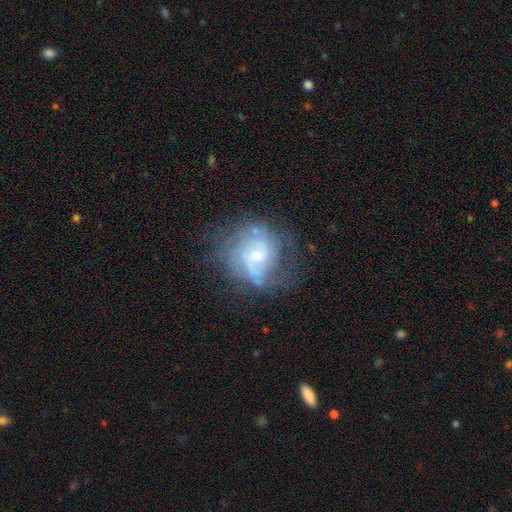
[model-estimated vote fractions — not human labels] smooth_or_featured: featured or disk (p=0.74) [alt: smooth p=0.17]
disk_edge_on: no (p=0.97) [alt: yes p=0.03]
bar: no (p=0.58) [alt: weak p=0.36]
has_spiral_arms: yes (p=0.88) [alt: no p=0.12]
spiral_winding: medium (p=0.43) [alt: loose p=0.29]
spiral_arm_count: 2 (p=0.45) [alt: can't tell p=0.28]
bulge_size: small (p=0.66) [alt: moderate p=0.27]
merging: none (p=0.55) [alt: minor disturbance p=0.22]